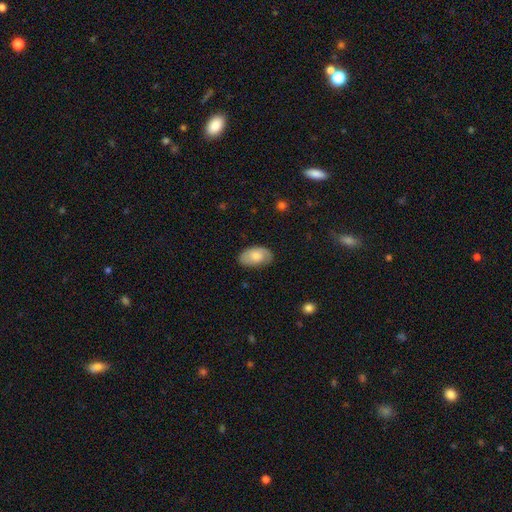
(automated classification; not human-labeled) A smooth galaxy with no disk features (66%) that is in between round and cigar-shaped (93%).

Vote fractions:
- Smooth or featured? smooth: 66% / featured or disk: 27% / star or artifact: 7%
- How rounded? in between: 93% / round: 5% / cigar-shaped: 1%
- Merging? none: 74% / minor disturbance: 20% / major disturbance: 5% / merger: 1%